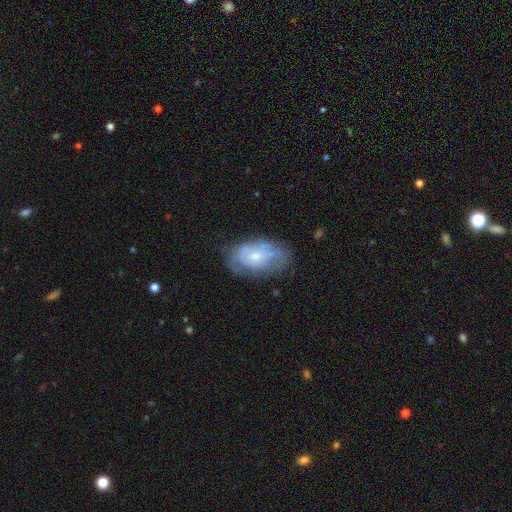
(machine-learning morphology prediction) A featured or disk galaxy (48%). Merging: none (57%).